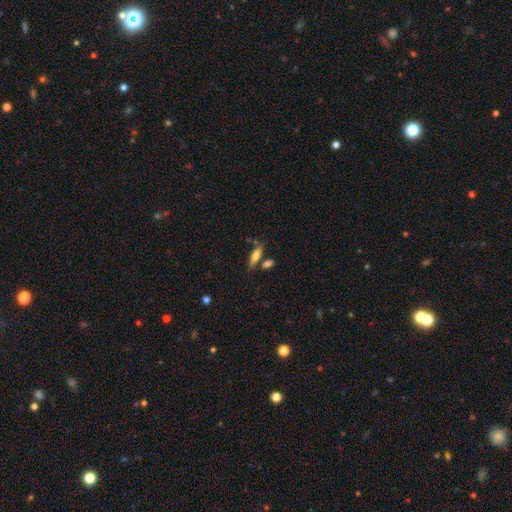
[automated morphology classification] type=smooth (63%); roundness=cigar-shaped (54%); merging=none (68%).